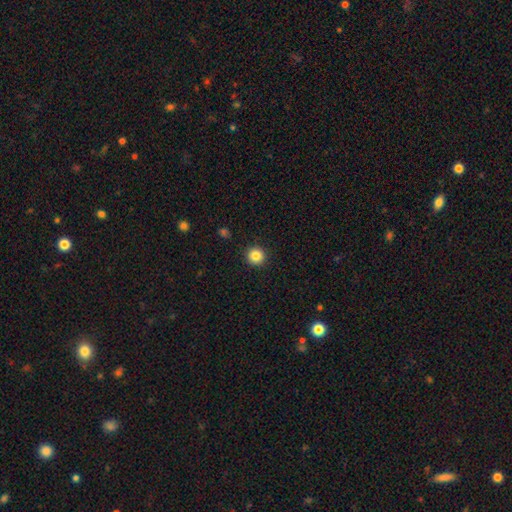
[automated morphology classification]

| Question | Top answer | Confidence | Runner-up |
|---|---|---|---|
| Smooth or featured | smooth | 85% | star or artifact (10%) |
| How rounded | round | 95% | in between (4%) |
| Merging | none | 93% | minor disturbance (5%) |